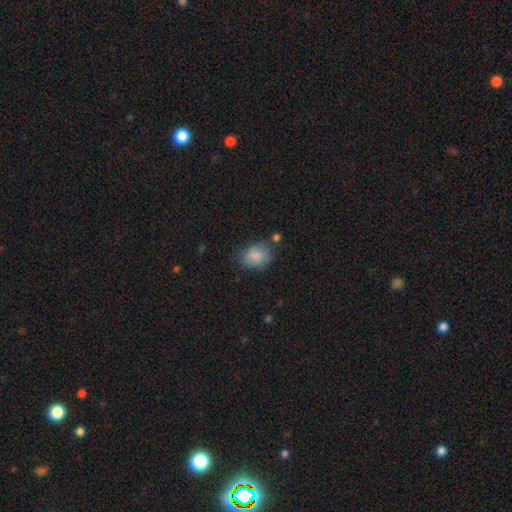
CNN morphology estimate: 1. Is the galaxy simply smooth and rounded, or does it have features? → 85% smooth, 8% star or artifact, 7% featured or disk.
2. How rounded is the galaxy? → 63% in between, 36% round, 1% cigar-shaped.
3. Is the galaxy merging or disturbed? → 64% none, 24% minor disturbance, 7% major disturbance, 5% merger.